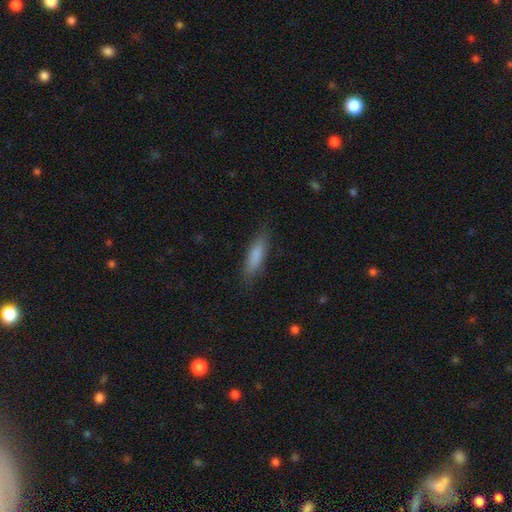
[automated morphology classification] smooth 82%, featured or disk 12%, star or artifact 7%. Down the decision tree: how rounded — cigar-shaped (63%); merging — none (82%).